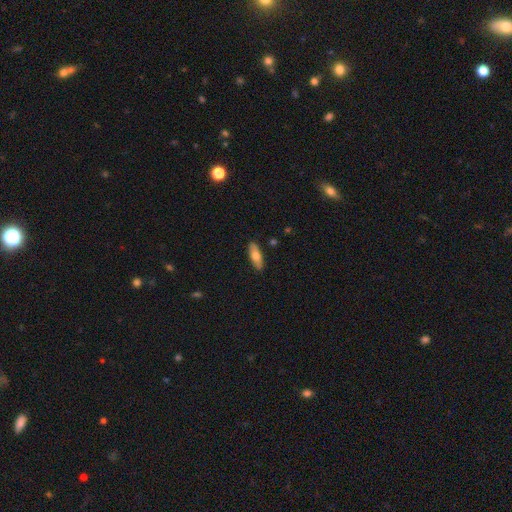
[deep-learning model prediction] A smooth galaxy with no disk features (67%) that is in between round and cigar-shaped (61%).

Vote fractions:
- Smooth or featured? smooth: 67% / featured or disk: 27% / star or artifact: 6%
- How rounded? in between: 61% / cigar-shaped: 36% / round: 3%
- Merging? none: 89% / minor disturbance: 9% / major disturbance: 2% / merger: 1%